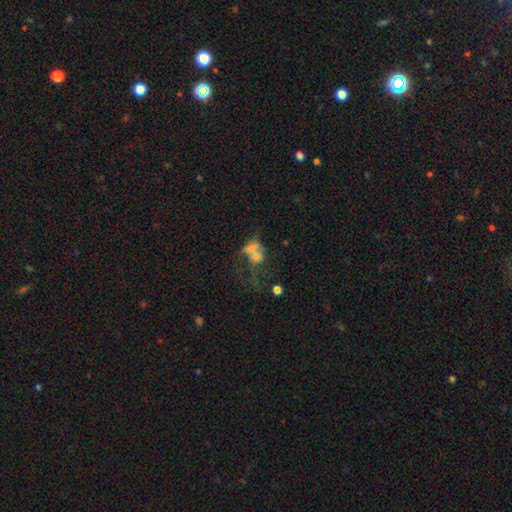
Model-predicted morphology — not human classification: Smooth or featured? featured or disk (36%)
Merging? merger (44%)